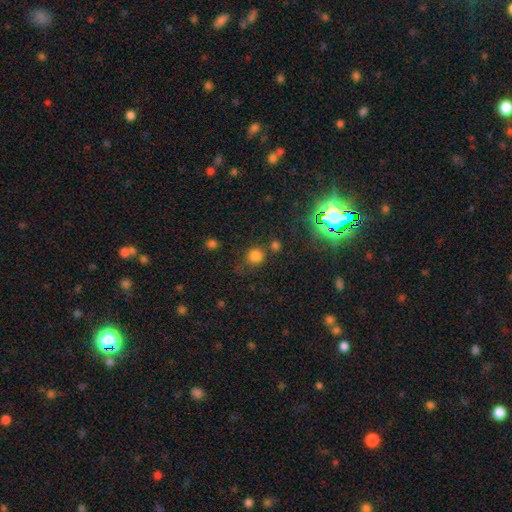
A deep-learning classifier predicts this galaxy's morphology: smooth-or-featured: smooth: 75% | star or artifact: 20% | featured or disk: 5%
  how-rounded: round: 89% | in between: 10% | cigar-shaped: 1%
  merging: none: 71% | minor disturbance: 13% | merger: 10% | major disturbance: 7%